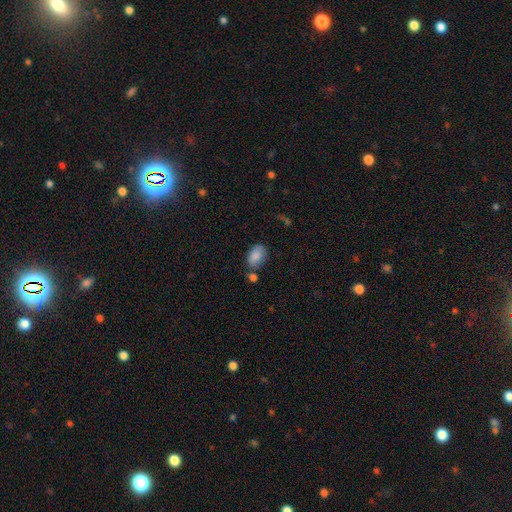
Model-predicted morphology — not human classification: A smooth galaxy with no disk features (87%) that is in between round and cigar-shaped (89%). Merging: none (64%).